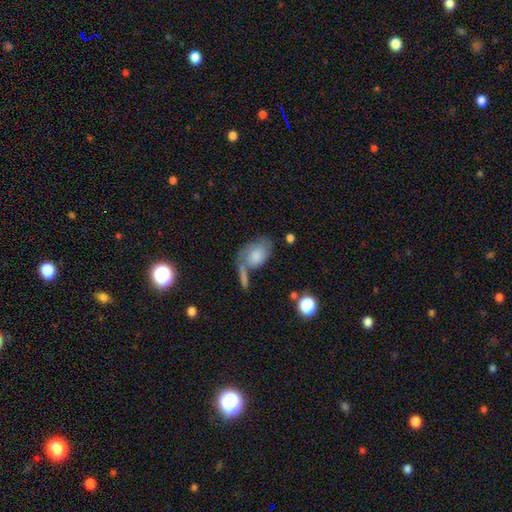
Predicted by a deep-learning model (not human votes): Q: Smooth or featured?
A: smooth (72%); runner-up: featured or disk (21%)
Q: How rounded?
A: in between (86%); runner-up: round (12%)
Q: Merging?
A: none (40%); runner-up: merger (26%)